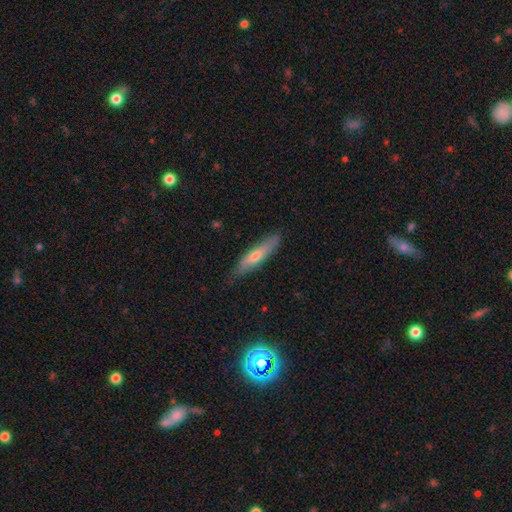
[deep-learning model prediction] A smooth galaxy with no disk features (59%) that is cigar-shaped (79%).

Vote fractions:
- Smooth or featured? smooth: 59% / featured or disk: 35% / star or artifact: 6%
- How rounded? cigar-shaped: 79% / in between: 19% / round: 2%
- Merging? none: 80% / minor disturbance: 16% / major disturbance: 3% / merger: 1%